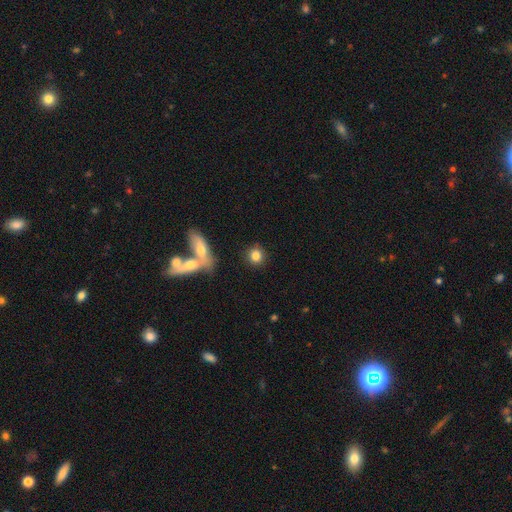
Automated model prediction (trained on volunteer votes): Morphology: type=smooth (82%); roundness=round (83%); merging=none (80%).